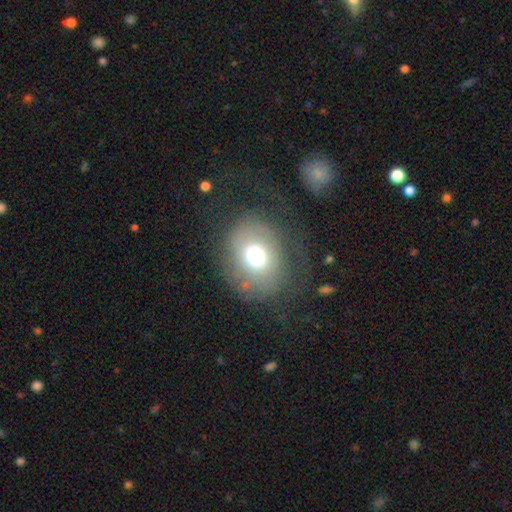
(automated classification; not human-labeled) smooth-or-featured: smooth: 58% | featured or disk: 31% | star or artifact: 10%
  how-rounded: round: 53% | in between: 46% | cigar-shaped: 1%
  merging: none: 51% | major disturbance: 26% | minor disturbance: 21% | merger: 3%